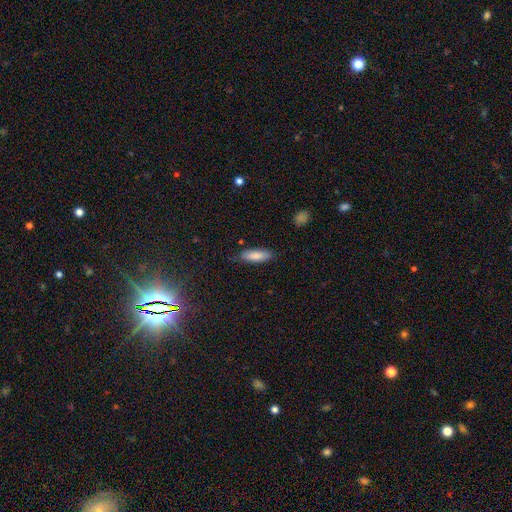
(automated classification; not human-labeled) Smooth or featured? Predicted: smooth (p=0.84). How rounded? Predicted: in between (p=0.54). Merging? Predicted: none (p=0.81).